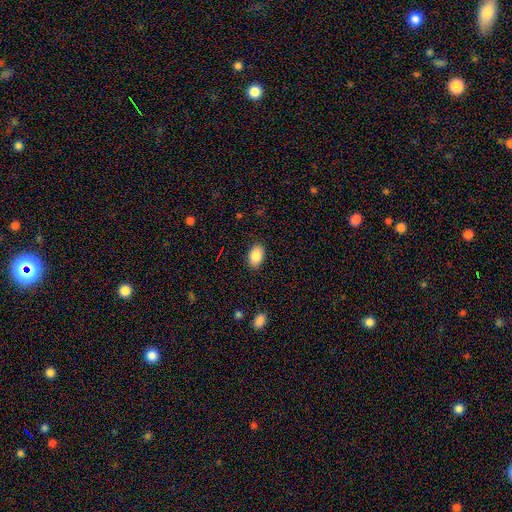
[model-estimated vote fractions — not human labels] This is clearly a smooth galaxy (88%). How rounded: clearly in between (90%). Merging: clearly none (87%).